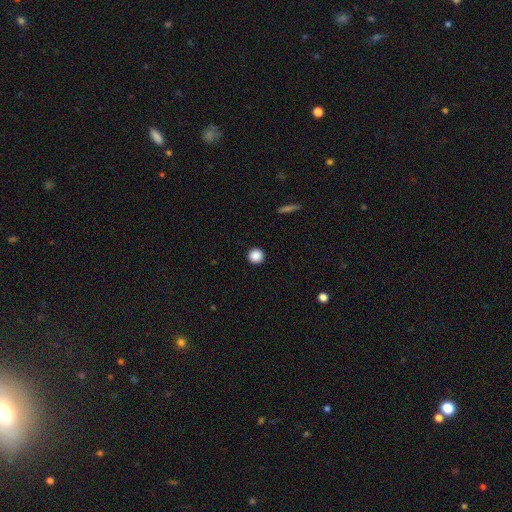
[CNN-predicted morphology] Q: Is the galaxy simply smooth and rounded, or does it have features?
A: smooth — 88%.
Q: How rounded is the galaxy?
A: round — 95%.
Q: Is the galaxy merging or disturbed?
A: none — 93%.